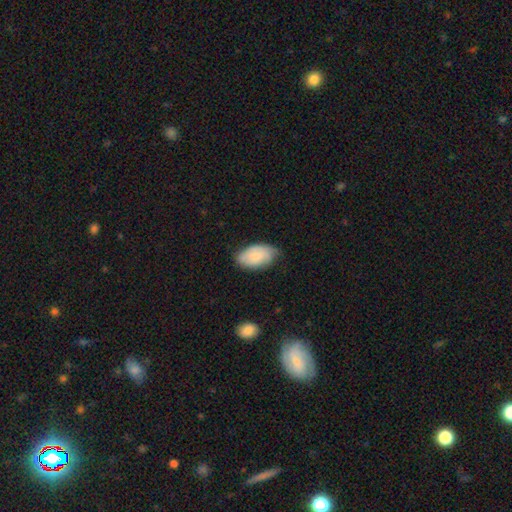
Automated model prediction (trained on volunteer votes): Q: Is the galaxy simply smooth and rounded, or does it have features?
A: smooth — 63%.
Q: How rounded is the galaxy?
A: in between — 93%.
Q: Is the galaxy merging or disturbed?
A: none — 65%.